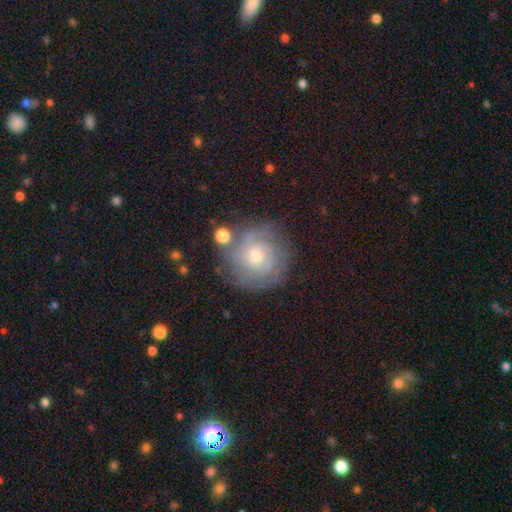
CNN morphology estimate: smooth-or-featured: featured or disk: 74% | smooth: 17% | star or artifact: 8%
  disk-edge-on: no: 97% | yes: 3%
    bar: no: 77% | weak: 20% | strong: 3%
    has-spiral-arms: yes: 92% | no: 8%
      spiral-winding: tight: 75% | medium: 20% | loose: 5%
      spiral-arm-count: can't tell: 40% | 2: 21% | 3: 19% | 4: 9% | 1: 6% | more than 4: 5%
    bulge-size: moderate: 47% | small: 46% | large: 4% | none: 2% | dominant: 1%
  merging: none: 76% | minor disturbance: 14% | major disturbance: 6% | merger: 4%